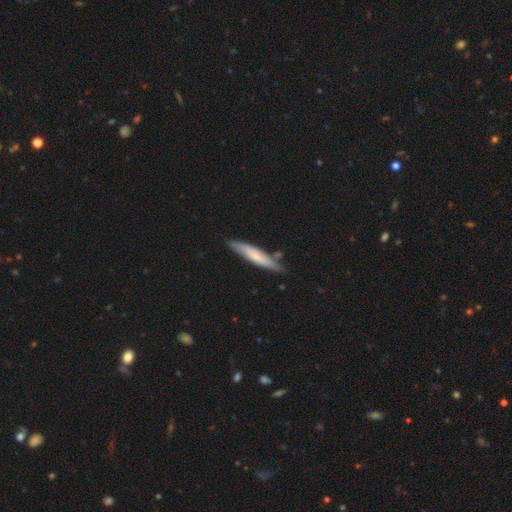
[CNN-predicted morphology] This appears to be a smooth galaxy with no disk features (55%) that is cigar-shaped (89%). Merging: none (76%).